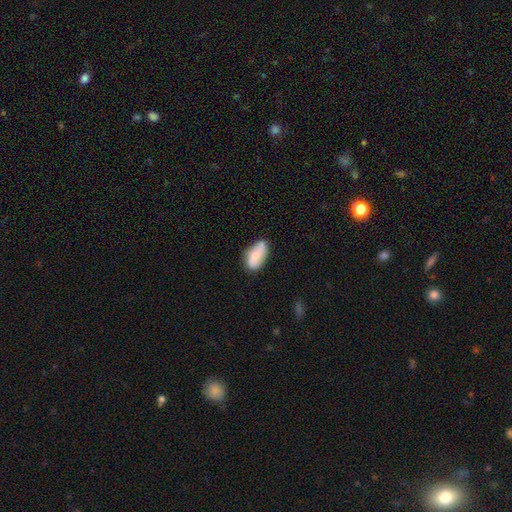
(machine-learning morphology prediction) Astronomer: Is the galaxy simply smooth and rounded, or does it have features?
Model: smooth — 72%.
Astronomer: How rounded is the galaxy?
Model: in between — 90%.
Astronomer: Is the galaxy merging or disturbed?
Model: none — 64%.